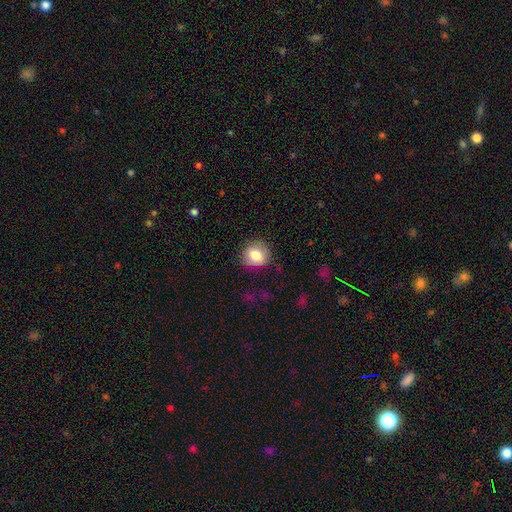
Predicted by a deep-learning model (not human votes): A smooth galaxy with no disk features (82%) that is round (83%). Merging: none (85%).